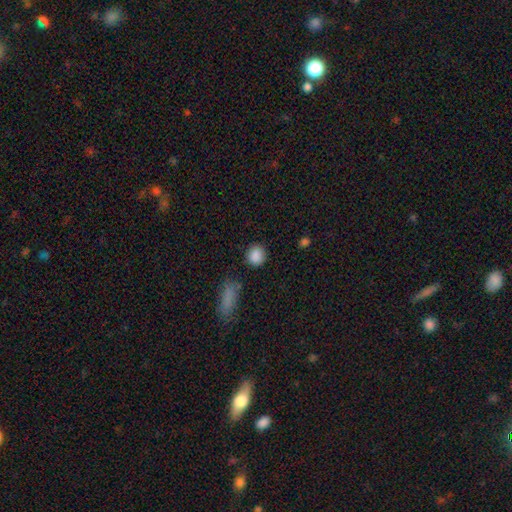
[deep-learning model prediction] smooth_or_featured: smooth (p=0.88) [alt: star or artifact p=0.08]
how_rounded: round (p=0.81) [alt: in between p=0.17]
merging: none (p=0.83) [alt: minor disturbance p=0.10]